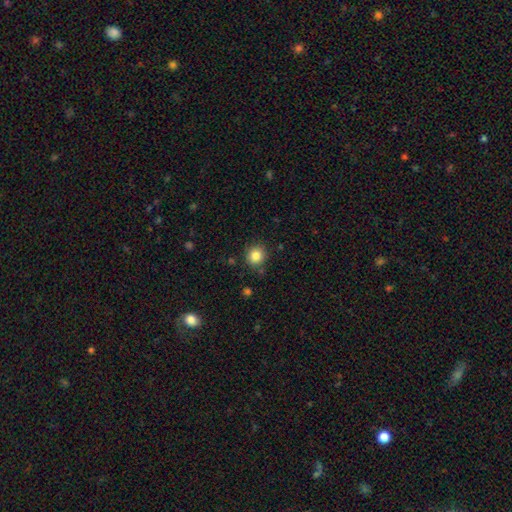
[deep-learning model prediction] Morphology: type=smooth (84%); roundness=round (88%); merging=none (85%).